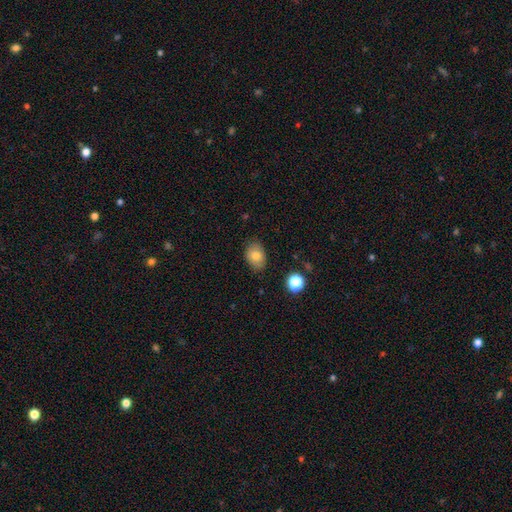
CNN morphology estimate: smooth-or-featured: smooth: 79% | featured or disk: 12% | star or artifact: 9%
  how-rounded: in between: 73% | round: 26% | cigar-shaped: 1%
  merging: none: 83% | minor disturbance: 13% | major disturbance: 3% | merger: 1%